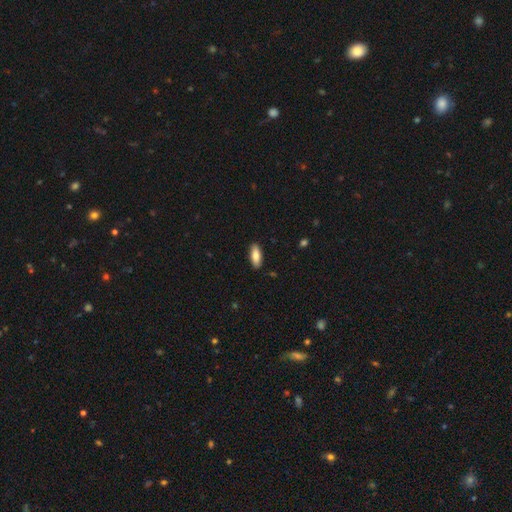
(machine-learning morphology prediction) Smooth or featured: smooth — 82% (featured or disk — 12%)
How rounded: in between — 74% (cigar-shaped — 24%)
Merging: none — 89% (minor disturbance — 9%)